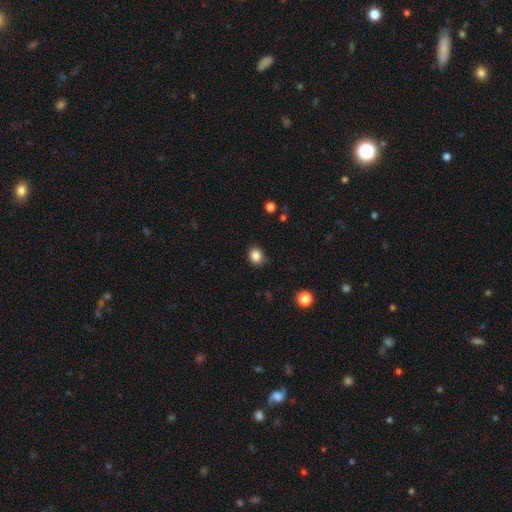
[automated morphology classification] type=smooth (85%); roundness=round (71%); merging=none (84%).